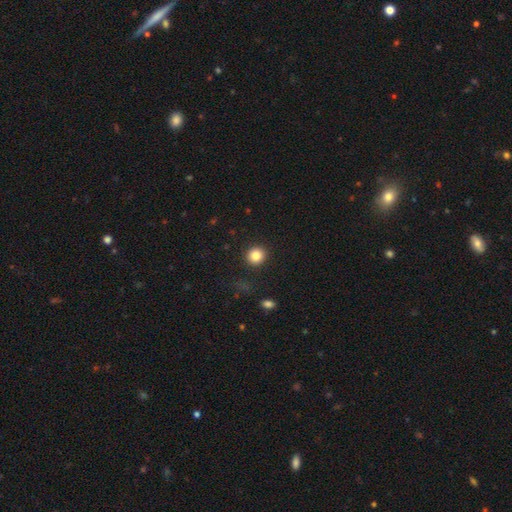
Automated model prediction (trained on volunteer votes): A smooth galaxy with no disk features (83%) that is round (89%). Merging: none (91%).